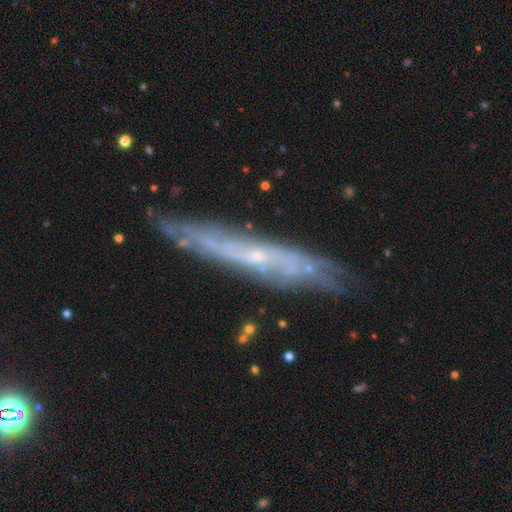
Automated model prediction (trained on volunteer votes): Smooth or featured? featured or disk (74%)
Edge-on disk? yes (59%)
Merging? none (78%)